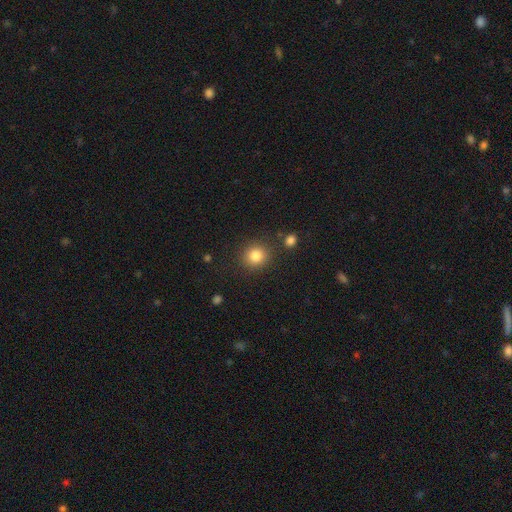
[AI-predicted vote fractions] A smooth galaxy with no disk features (83%) that is round (89%). Merging: none (86%).